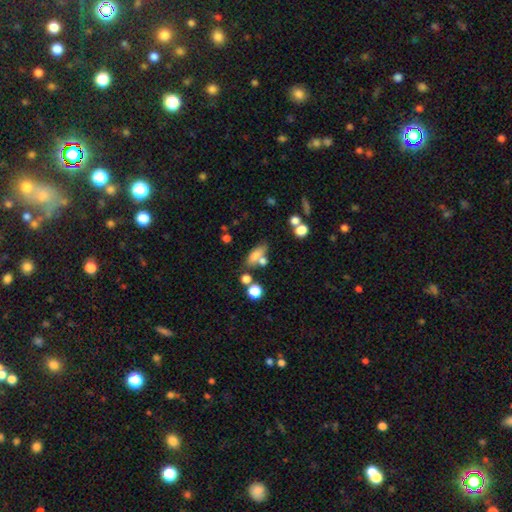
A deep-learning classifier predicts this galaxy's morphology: Overall: smooth (70%). How rounded: in between (63%; cigar-shaped 28%). Merging: none (49%; merger 26%).